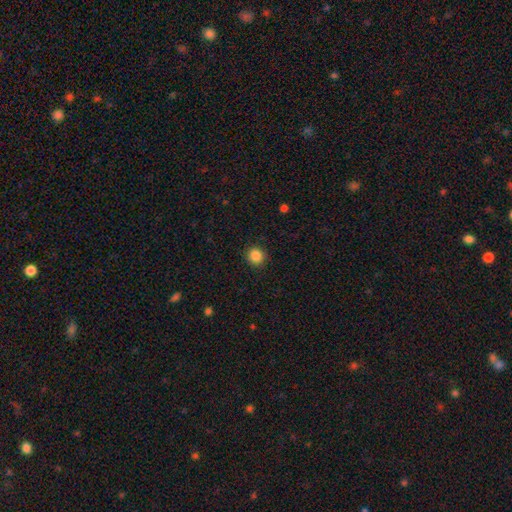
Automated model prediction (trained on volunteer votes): smooth-or-featured: smooth: 86% | star or artifact: 10% | featured or disk: 3%
  how-rounded: round: 92% | in between: 8% | cigar-shaped: 1%
  merging: none: 91% | minor disturbance: 6% | major disturbance: 2% | merger: 1%